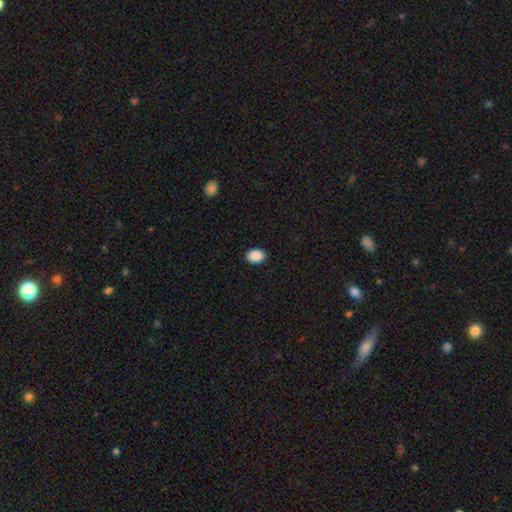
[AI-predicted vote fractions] The model was most divided on "how rounded": in between: 70%, round: 29%, cigar-shaped: 1%. More confident: merging — none (91%); smooth or featured — smooth (90%).